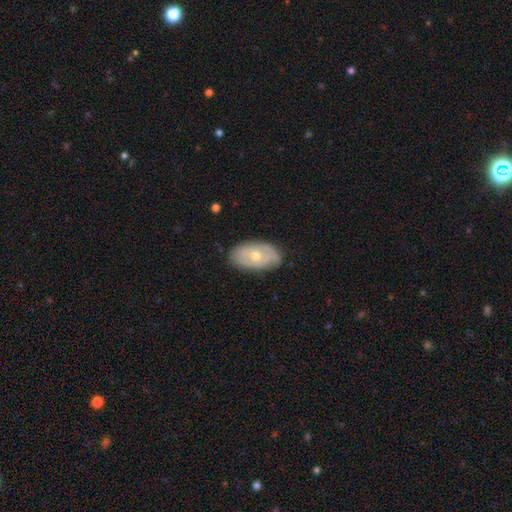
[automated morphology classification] Q: Smooth or featured?
A: featured or disk (55%); runner-up: smooth (38%)
Q: Edge-on disk?
A: no (90%); runner-up: yes (10%)
Q: Merging?
A: none (78%); runner-up: minor disturbance (18%)